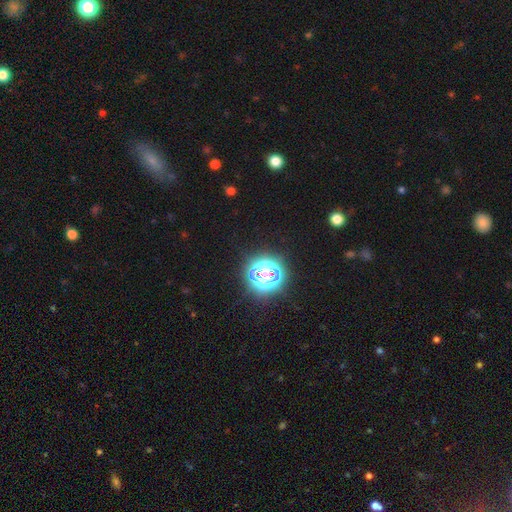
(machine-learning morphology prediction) Smooth or featured? star or artifact (68%)